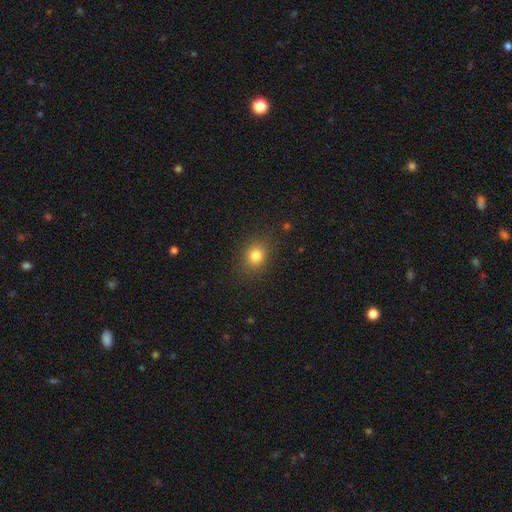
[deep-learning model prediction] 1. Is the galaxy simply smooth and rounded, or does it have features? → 81% smooth, 13% star or artifact, 7% featured or disk.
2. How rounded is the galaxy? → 63% round, 36% in between, 1% cigar-shaped.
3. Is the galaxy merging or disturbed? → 86% none, 10% minor disturbance, 3% major disturbance, 1% merger.